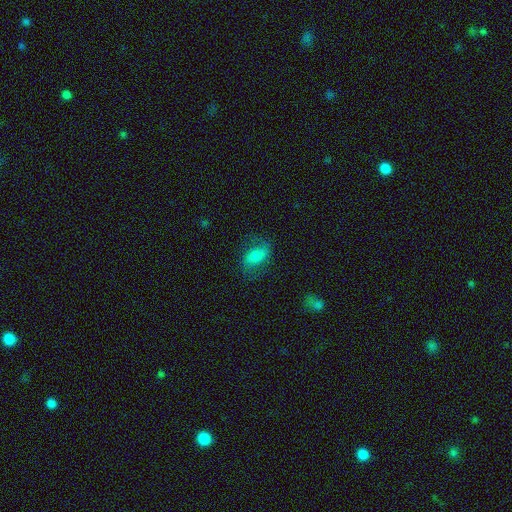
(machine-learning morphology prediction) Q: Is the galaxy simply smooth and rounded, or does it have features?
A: smooth — 56%.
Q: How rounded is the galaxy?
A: in between — 85%.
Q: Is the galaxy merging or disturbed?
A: none — 66%.